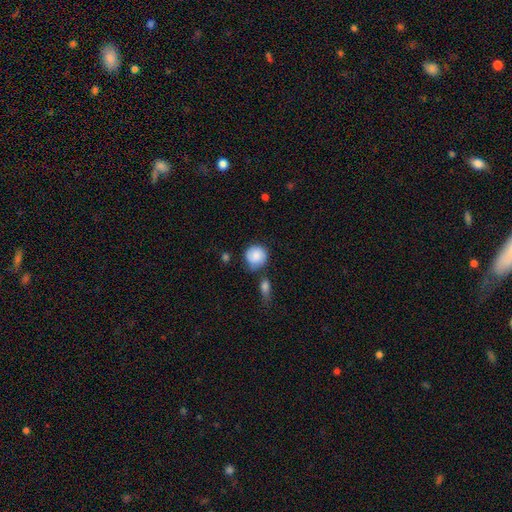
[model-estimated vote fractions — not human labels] smooth_or_featured: smooth (p=0.76) [alt: featured or disk p=0.17]
how_rounded: round (p=0.89) [alt: in between p=0.10]
merging: none (p=0.62) [alt: minor disturbance p=0.20]